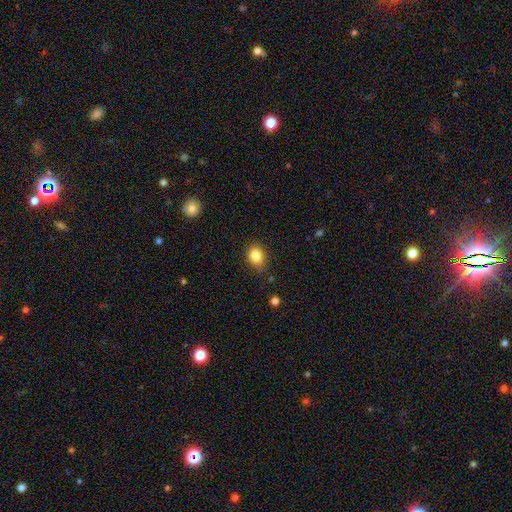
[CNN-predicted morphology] Smooth or featured? Predicted: smooth (p=0.86). How rounded? Predicted: in between (p=0.59). Merging? Predicted: none (p=0.79).